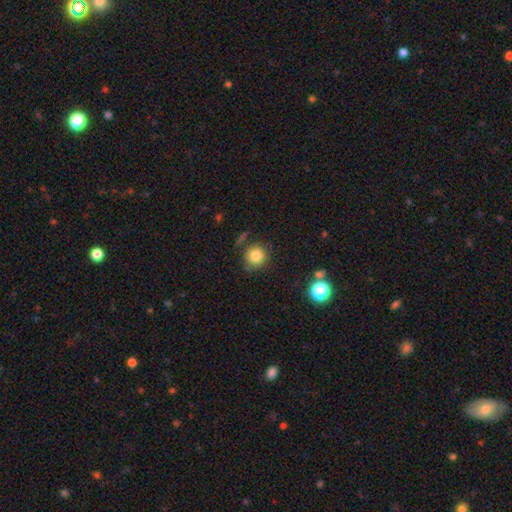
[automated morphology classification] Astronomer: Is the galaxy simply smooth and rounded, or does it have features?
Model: smooth — 82%.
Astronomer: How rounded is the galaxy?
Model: round — 92%.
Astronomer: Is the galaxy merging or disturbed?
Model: none — 78%.